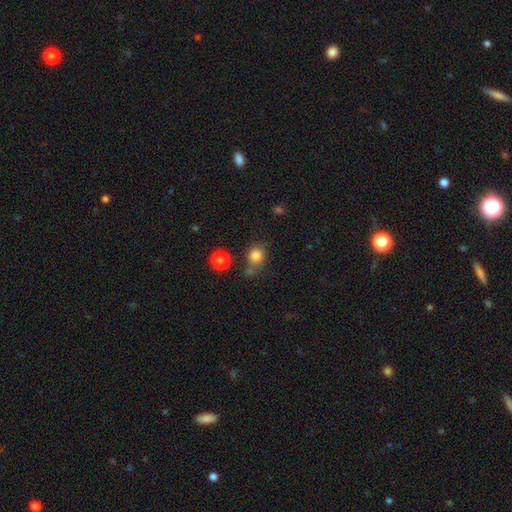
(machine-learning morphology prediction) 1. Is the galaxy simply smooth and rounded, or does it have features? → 83% smooth, 12% star or artifact, 5% featured or disk.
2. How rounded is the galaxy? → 79% round, 20% in between, 1% cigar-shaped.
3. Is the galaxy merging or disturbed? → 67% none, 15% minor disturbance, 13% merger, 5% major disturbance.